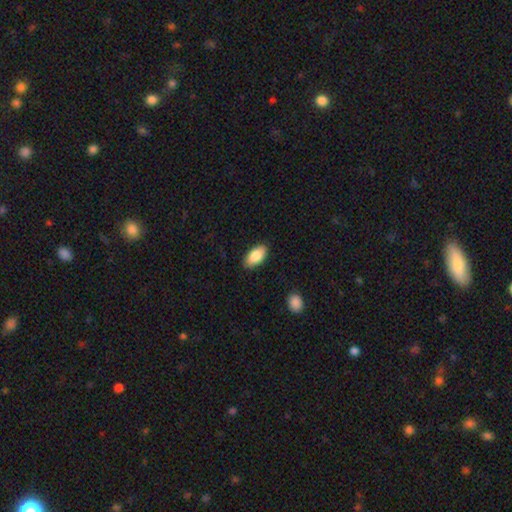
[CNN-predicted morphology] Overall: smooth (86%). How rounded: in between (93%). Merging: none (87%).